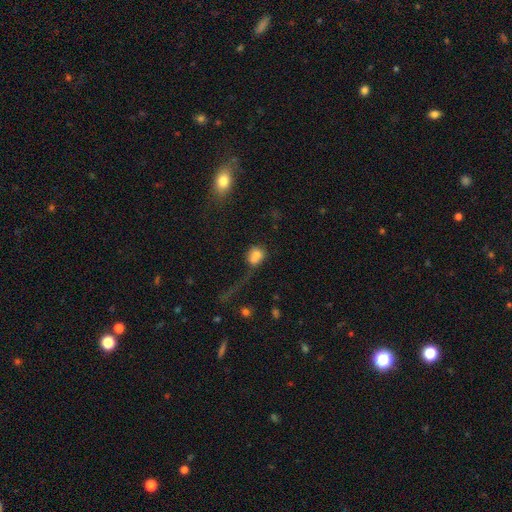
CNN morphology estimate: A smooth galaxy with no disk features (73%) that is round (66%).

Vote fractions:
- Smooth or featured? smooth: 73% / featured or disk: 15% / star or artifact: 12%
- How rounded? round: 66% / in between: 32% / cigar-shaped: 2%
- Merging? none: 32% / merger: 28% / major disturbance: 25% / minor disturbance: 15%